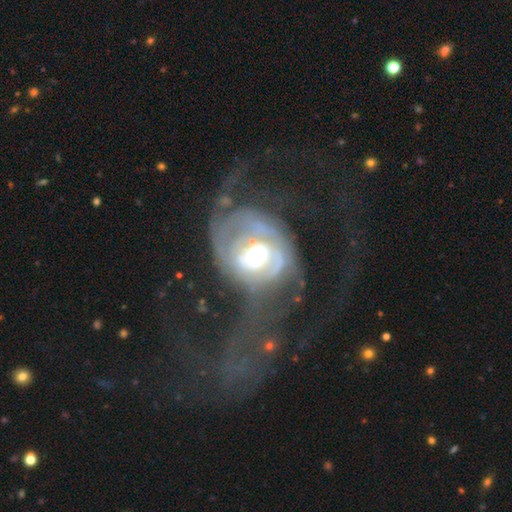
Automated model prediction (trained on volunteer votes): smooth_or_featured: featured or disk (p=0.72) [alt: smooth p=0.19]
disk_edge_on: no (p=0.97) [alt: yes p=0.03]
bar: no (p=0.70) [alt: weak p=0.21]
has_spiral_arms: yes (p=0.62) [alt: no p=0.38]
bulge_size: moderate (p=0.52) [alt: large p=0.35]
merging: major disturbance (p=0.51) [alt: none p=0.27]